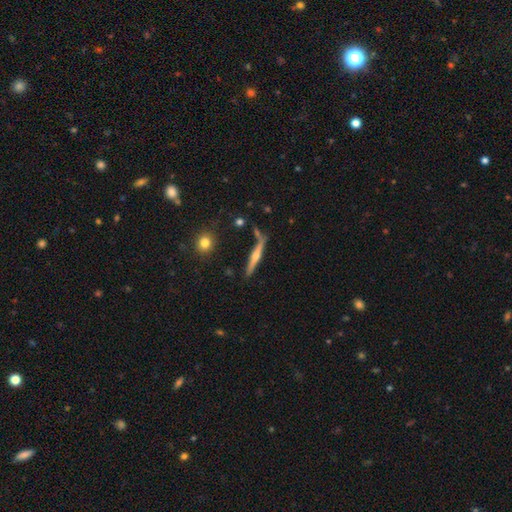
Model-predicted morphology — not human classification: smooth_or_featured: featured or disk (p=0.67) [alt: smooth p=0.27]
disk_edge_on: yes (p=0.96) [alt: no p=0.04]
edge_on_bulge: rounded (p=0.86) [alt: none p=0.09]
merging: none (p=0.76) [alt: minor disturbance p=0.13]